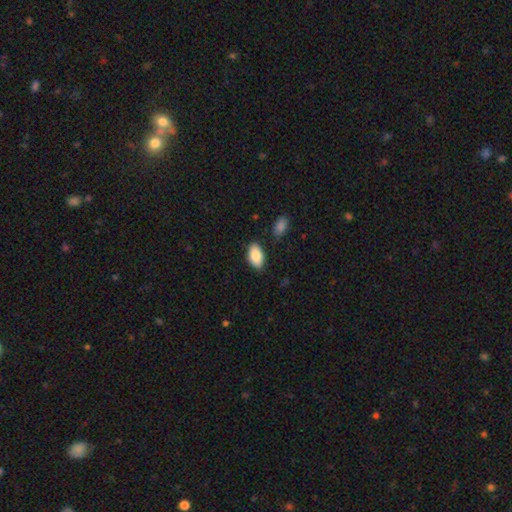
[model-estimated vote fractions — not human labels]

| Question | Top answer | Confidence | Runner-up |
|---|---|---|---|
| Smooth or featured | smooth | 87% | star or artifact (6%) |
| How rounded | in between | 94% | round (3%) |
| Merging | none | 84% | minor disturbance (11%) |